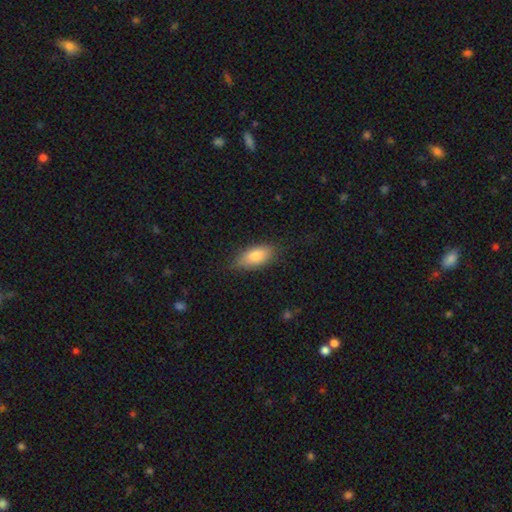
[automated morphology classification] smooth 82%, featured or disk 11%, star or artifact 7%. Down the decision tree: how rounded — in between (87%); merging — none (78%).